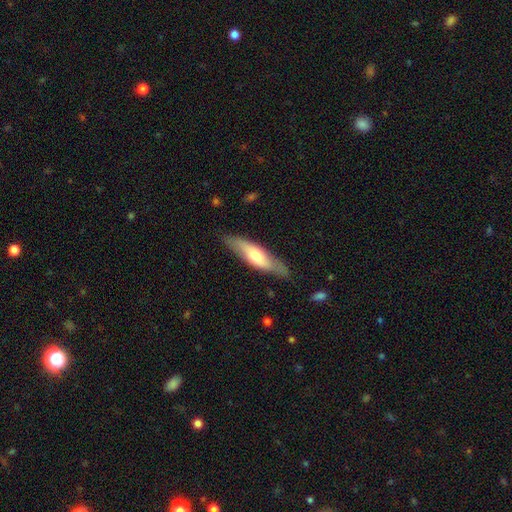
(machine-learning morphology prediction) smooth_or_featured: smooth (p=0.52) [alt: featured or disk p=0.43]
how_rounded: cigar-shaped (p=0.62) [alt: in between p=0.36]
merging: none (p=0.79) [alt: minor disturbance p=0.16]